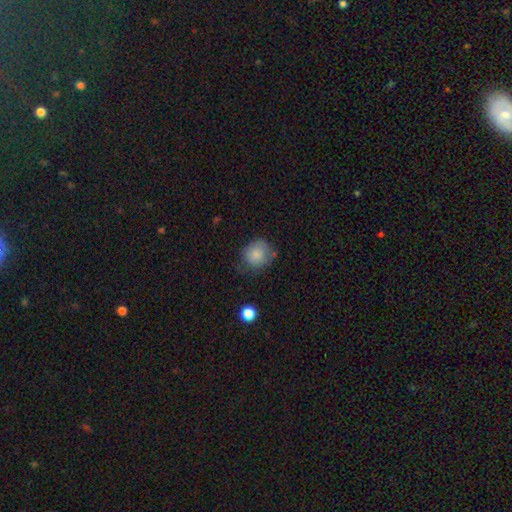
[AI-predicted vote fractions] This appears to be a smooth galaxy with no disk features (83%) that is round (79%). Merging: none (59%).